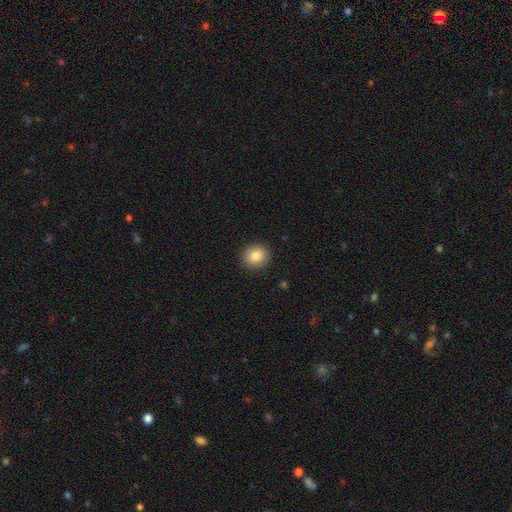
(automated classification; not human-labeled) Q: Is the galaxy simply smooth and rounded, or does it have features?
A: smooth — 85%.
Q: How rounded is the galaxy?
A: round — 79%.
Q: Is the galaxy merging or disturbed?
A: none — 90%.